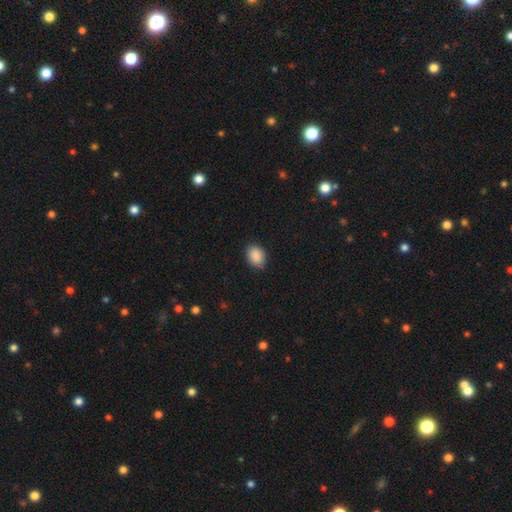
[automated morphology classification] This appears to be a smooth galaxy with no disk features (89%) that is in between round and cigar-shaped (63%). Merging: none (84%).